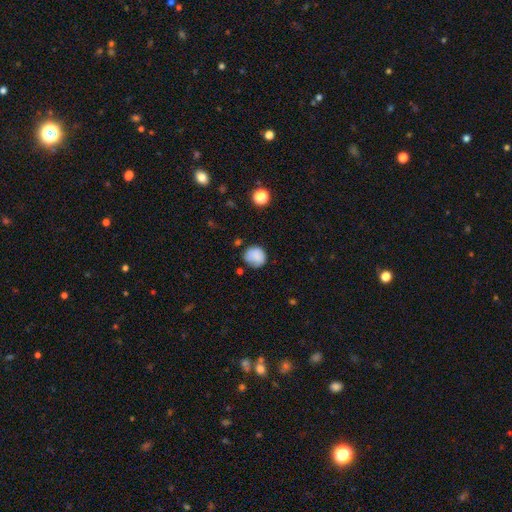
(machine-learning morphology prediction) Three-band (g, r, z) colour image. It shows a smooth galaxy with no disk features (82%) that is round (87%). Merging: none (67%).